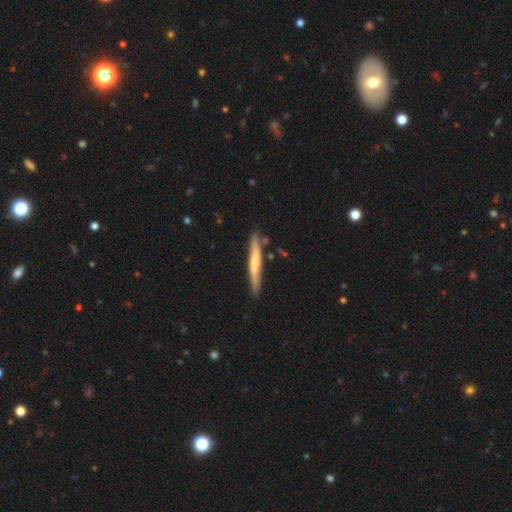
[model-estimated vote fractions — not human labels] Smooth or featured?
  - smooth: 49% *
  - featured or disk: 45%
  - star or artifact: 6%
Merging?
  - none: 83% *
  - minor disturbance: 12%
  - merger: 3%
  - major disturbance: 2%